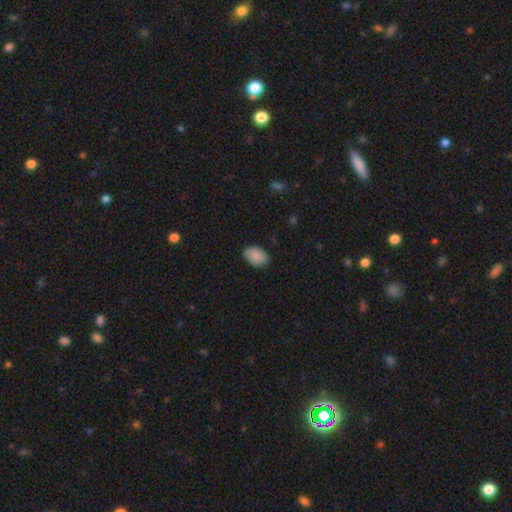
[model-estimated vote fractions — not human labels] Morphology: type=smooth (89%); roundness=in between (86%); merging=none (82%).